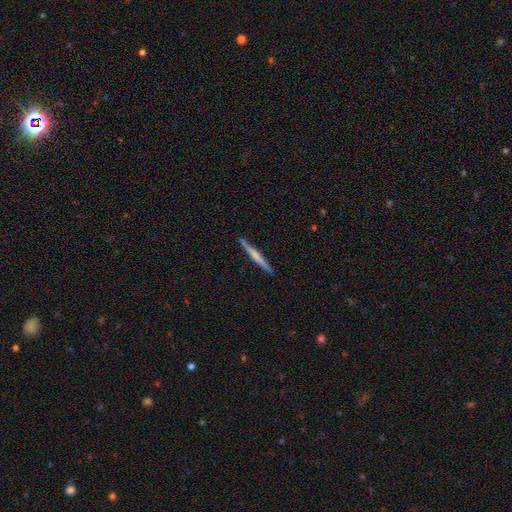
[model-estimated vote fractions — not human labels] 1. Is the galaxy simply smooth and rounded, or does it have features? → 48% smooth, 47% featured or disk, 5% star or artifact.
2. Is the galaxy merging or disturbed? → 90% none, 8% minor disturbance, 1% merger, 1% major disturbance.